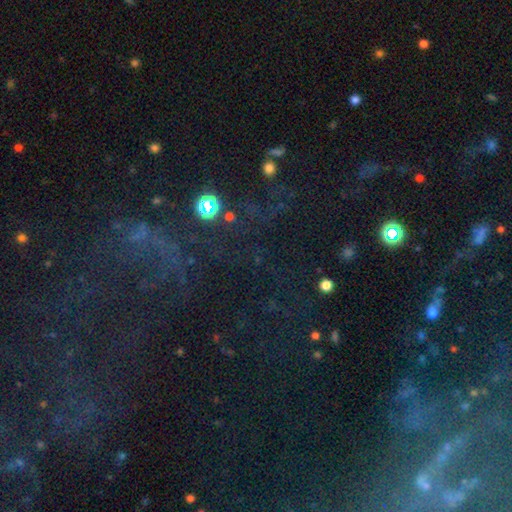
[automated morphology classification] This is likely a star or artifact rather than a galaxy (66%).